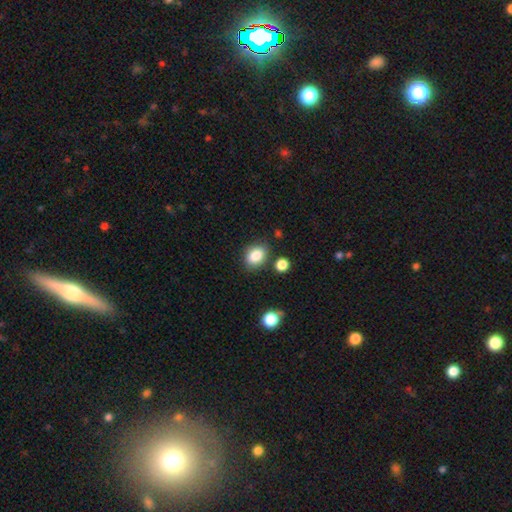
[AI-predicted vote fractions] smooth 84%, star or artifact 10%, featured or disk 6%. Down the decision tree: how rounded — in between (64%); merging — none (78%).